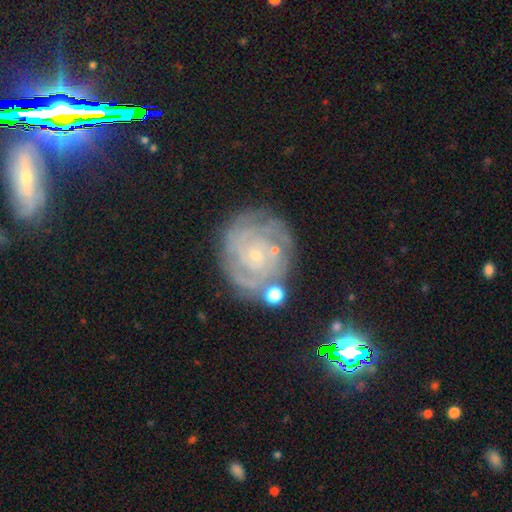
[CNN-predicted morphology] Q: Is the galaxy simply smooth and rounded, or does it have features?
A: featured or disk — 82%.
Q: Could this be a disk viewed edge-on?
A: no — 98%.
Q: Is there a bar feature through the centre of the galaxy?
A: no — 80%.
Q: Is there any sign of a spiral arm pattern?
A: yes — 94%.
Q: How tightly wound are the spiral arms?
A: tight — 79%.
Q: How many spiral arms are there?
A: can't tell — 34%.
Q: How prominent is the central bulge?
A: small — 85%.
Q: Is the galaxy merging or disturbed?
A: none — 72%.